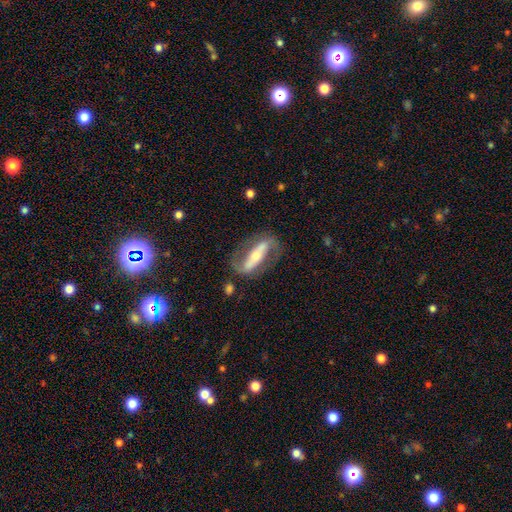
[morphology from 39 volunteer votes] Q: Smooth or featured?
A: featured or disk (82%); runner-up: smooth (13%)
Q: Edge-on disk?
A: no (78%); runner-up: yes (22%)
Q: Bar?
A: strong (64%); runner-up: weak (24%)
Q: Spiral arms?
A: yes (72%); runner-up: no (28%)
Q: Spiral winding?
A: medium (44%); runner-up: loose (39%)
Q: Spiral arm count?
A: 2 (94%); runner-up: 1 (6%)
Q: Bulge size?
A: small (52%); runner-up: moderate (44%)
Q: Merging?
A: none (86%); runner-up: minor disturbance (11%)